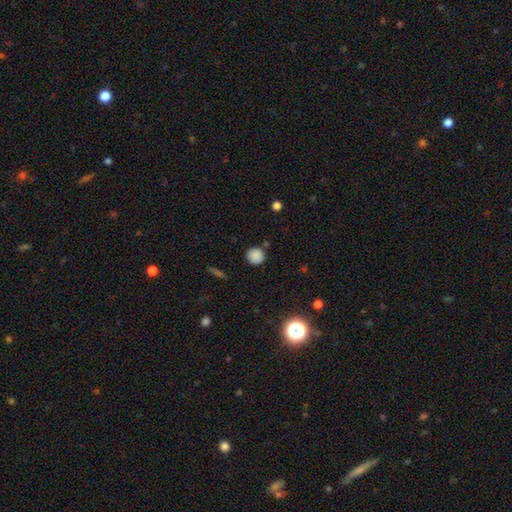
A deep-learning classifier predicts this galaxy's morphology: smooth_or_featured: smooth (p=0.85) [alt: star or artifact p=0.11]
how_rounded: round (p=0.91) [alt: in between p=0.08]
merging: none (p=0.83) [alt: minor disturbance p=0.10]